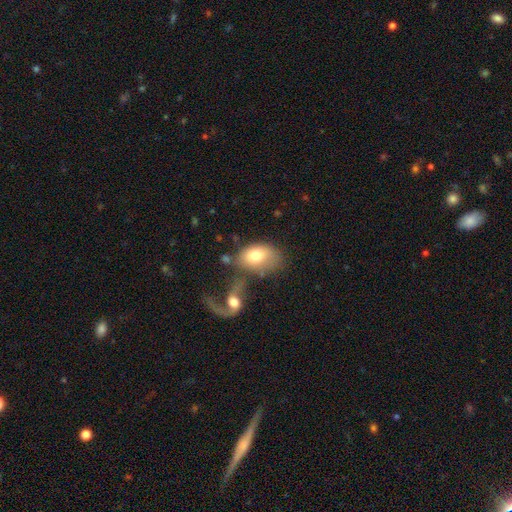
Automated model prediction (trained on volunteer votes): Smooth or featured?
  - smooth: 66% *
  - featured or disk: 26%
  - star or artifact: 7%
How rounded?
  - in between: 86% *
  - round: 13%
  - cigar-shaped: 1%
Merging?
  - merger: 37% *
  - none: 30%
  - major disturbance: 18%
  - minor disturbance: 15%